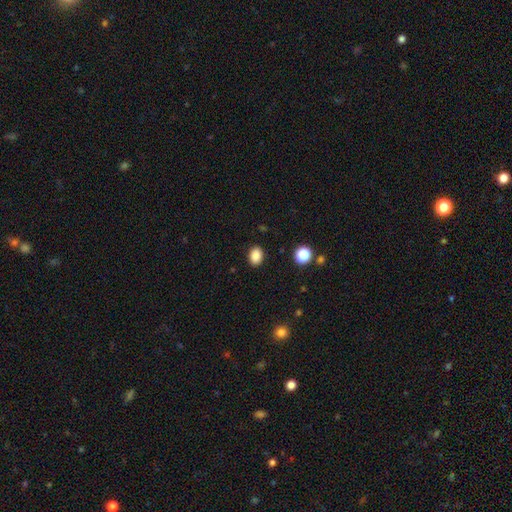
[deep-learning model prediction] Overall: smooth (87%). How rounded: in between (65%; round 34%). Merging: none (89%).